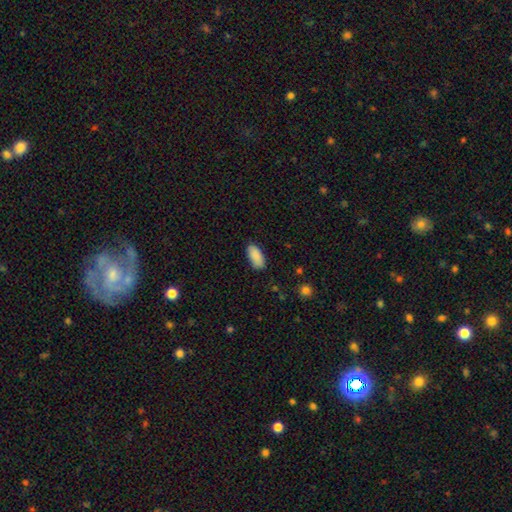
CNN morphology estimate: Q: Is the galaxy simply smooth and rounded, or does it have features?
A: smooth — 90%.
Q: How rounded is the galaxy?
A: in between — 91%.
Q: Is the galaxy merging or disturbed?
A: none — 84%.